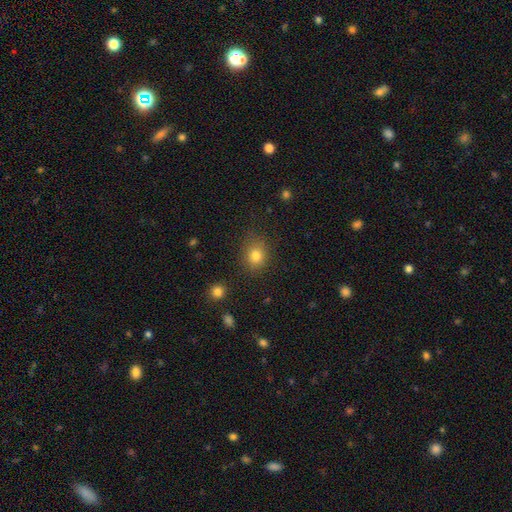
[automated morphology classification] smooth 80%, star or artifact 13%, featured or disk 8%. Down the decision tree: how rounded — round (61%); merging — none (81%).